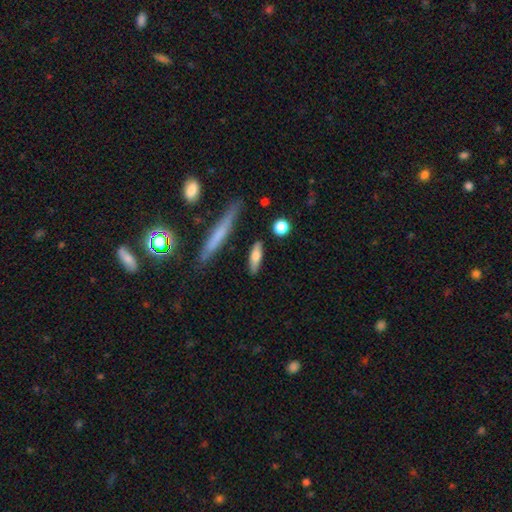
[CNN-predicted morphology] Smooth or featured? smooth (68%)
How rounded? cigar-shaped (55%)
Merging? none (81%)